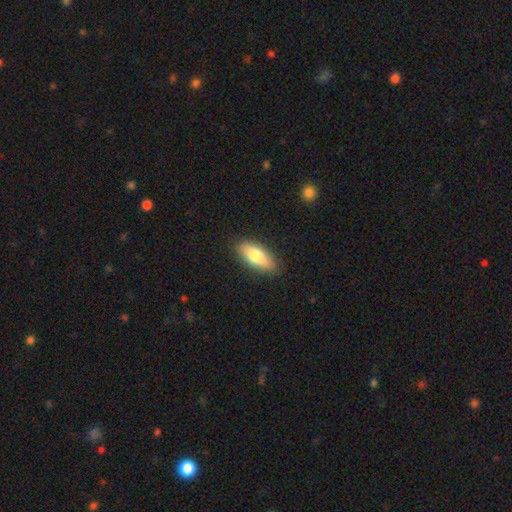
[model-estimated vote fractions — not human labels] Q: Smooth or featured?
A: smooth (79%); runner-up: featured or disk (15%)
Q: How rounded?
A: in between (82%); runner-up: cigar-shaped (16%)
Q: Merging?
A: none (86%); runner-up: minor disturbance (10%)